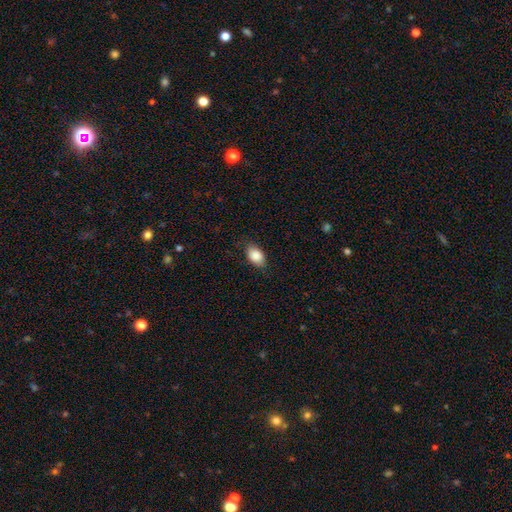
smooth-or-featured: smooth: 90% | star or artifact: 8% | featured or disk: 3%
  how-rounded: in between: 94% | round: 6% | cigar-shaped: 0%
  merging: none: 83% | minor disturbance: 11% | major disturbance: 6% | merger: 0%